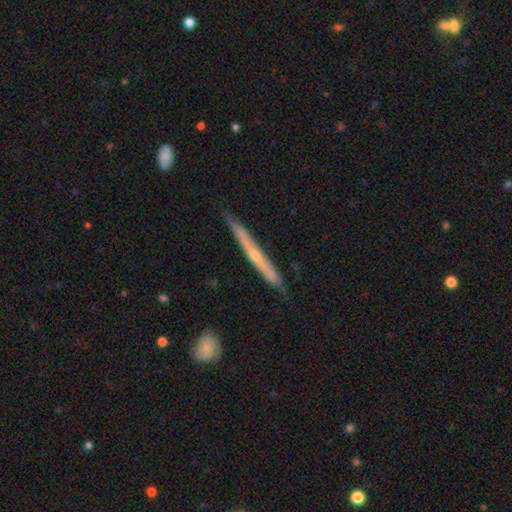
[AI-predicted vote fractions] smooth-or-featured: featured or disk: 67% | smooth: 27% | star or artifact: 6%
  disk-edge-on: yes: 96% | no: 4%
    edge-on-bulge: rounded: 53% | none: 43% | boxy: 4%
  merging: none: 83% | minor disturbance: 14% | major disturbance: 2% | merger: 1%